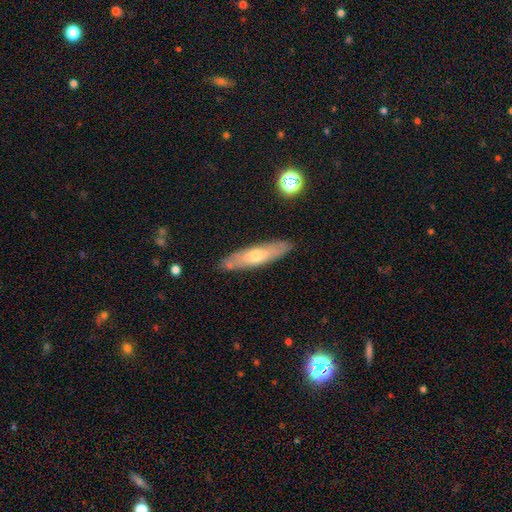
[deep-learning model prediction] The model was most divided on "smooth or featured" (2-way tie): smooth: 47%, featured or disk: 47%, star or artifact: 7%. More confident: merging — none (84%).